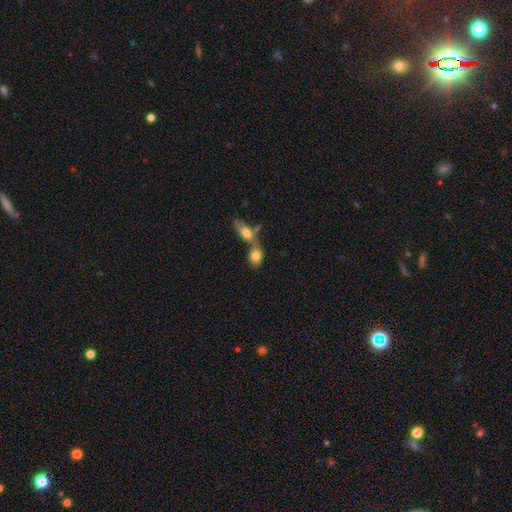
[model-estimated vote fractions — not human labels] Smooth or featured? Predicted: smooth (p=0.79). How rounded? Predicted: in between (p=0.66). Merging? Predicted: merger (p=0.67).